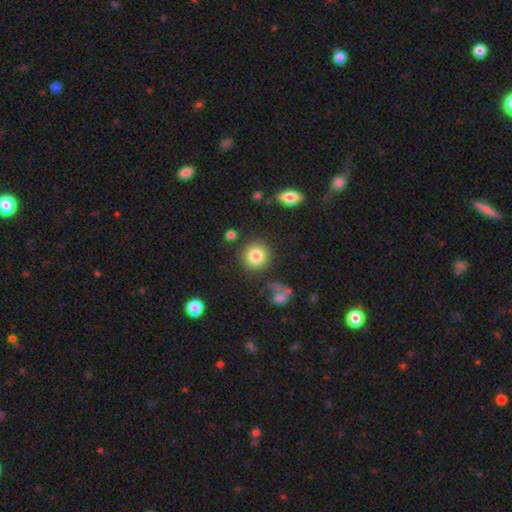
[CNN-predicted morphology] Overall: smooth (85%). How rounded: round (92%). Merging: none (83%).